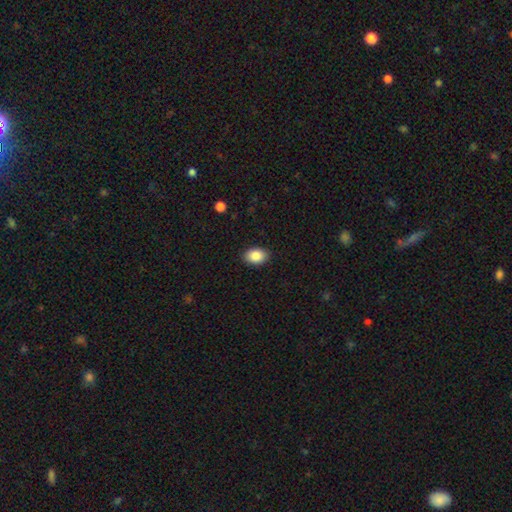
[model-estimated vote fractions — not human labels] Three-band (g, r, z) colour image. It shows a smooth galaxy with no disk features (88%) that is in between round and cigar-shaped (82%). Merging: none (89%).